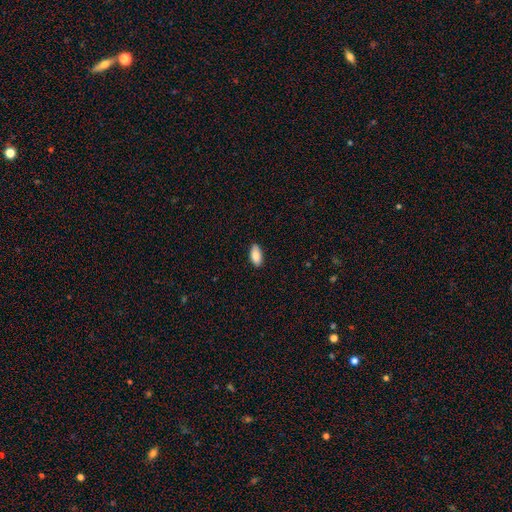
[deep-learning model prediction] smooth_or_featured: smooth (p=0.86) [alt: featured or disk p=0.07]
how_rounded: in between (p=0.92) [alt: cigar-shaped p=0.06]
merging: none (p=0.87) [alt: minor disturbance p=0.10]